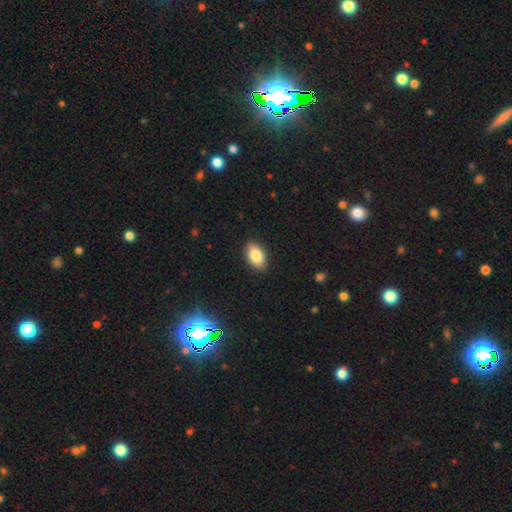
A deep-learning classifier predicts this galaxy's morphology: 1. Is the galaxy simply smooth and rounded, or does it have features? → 84% smooth, 9% featured or disk, 8% star or artifact.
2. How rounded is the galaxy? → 91% in between, 7% round, 2% cigar-shaped.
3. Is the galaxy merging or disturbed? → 90% none, 7% minor disturbance, 2% major disturbance, 1% merger.